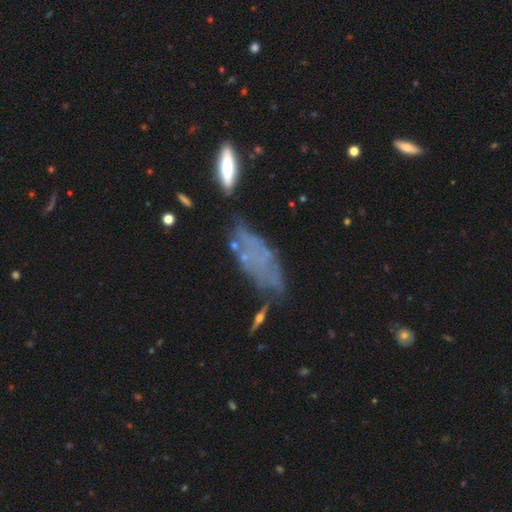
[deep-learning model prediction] A featured or disk galaxy (44%). Merging: none (47%).